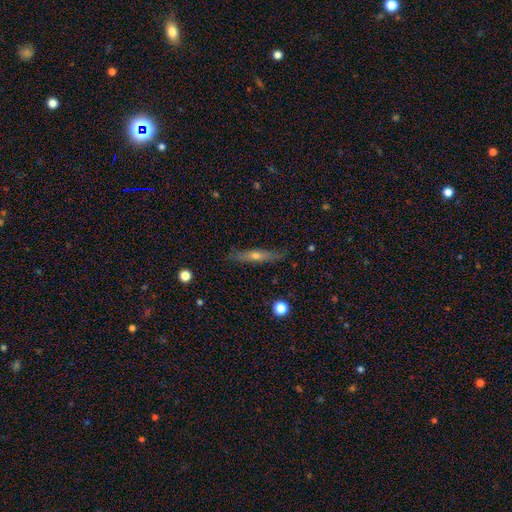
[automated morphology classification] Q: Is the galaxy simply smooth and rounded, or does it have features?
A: featured or disk — 59%.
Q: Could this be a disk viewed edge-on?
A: yes — 92%.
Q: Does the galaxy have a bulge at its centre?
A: rounded — 78%.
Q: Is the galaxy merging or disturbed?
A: none — 87%.